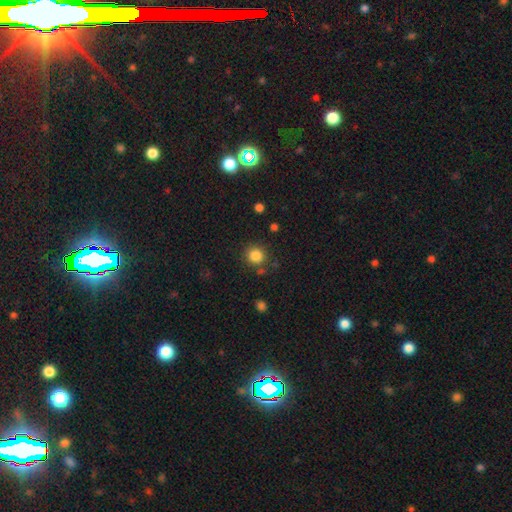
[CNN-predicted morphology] This appears to be a smooth galaxy with no disk features (84%) that is round (91%). Merging: none (81%).